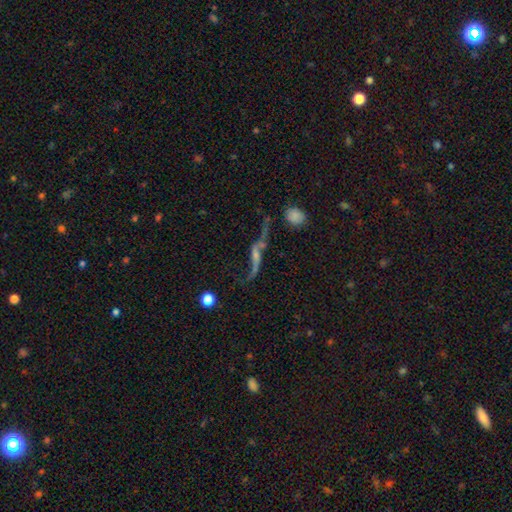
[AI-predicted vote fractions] Smooth or featured: featured or disk — 71% (smooth — 16%)
Edge-on disk: no — 76% (yes — 24%)
Bar: no — 52% (weak — 29%)
Spiral arms: yes — 78% (no — 22%)
Bulge size: small — 41% (none — 30%)
Merging: none — 40% (major disturbance — 25%)